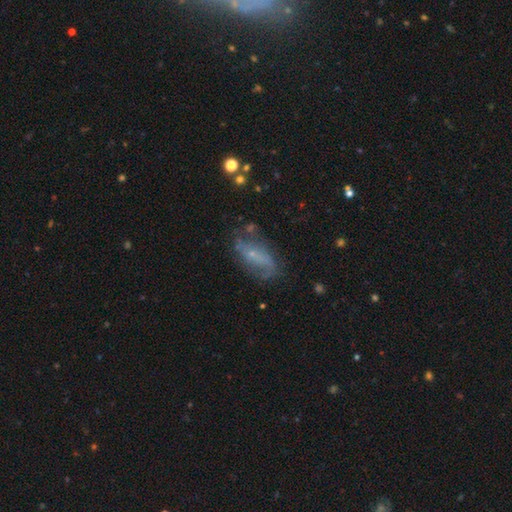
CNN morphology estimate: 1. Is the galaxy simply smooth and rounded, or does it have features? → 58% featured or disk, 32% smooth, 10% star or artifact.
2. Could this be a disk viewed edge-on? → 90% no, 10% yes.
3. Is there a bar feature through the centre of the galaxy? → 57% no, 31% weak, 12% strong.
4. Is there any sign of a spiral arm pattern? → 71% yes, 29% no.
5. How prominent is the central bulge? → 72% small, 13% moderate, 12% none, 1% large, 1% dominant.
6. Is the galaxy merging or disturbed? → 56% none, 25% minor disturbance, 16% major disturbance, 4% merger.